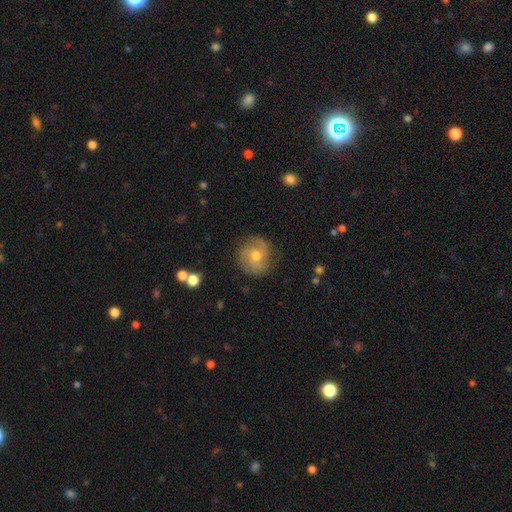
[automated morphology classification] A featured or disk galaxy (65%) with no bar (66%), 2 (43%) medium (46%) spiral arms (90%) and a moderate central bulge (67%). Merging: none (75%).